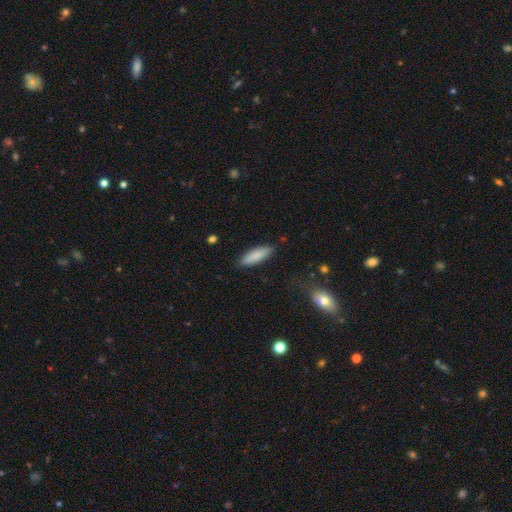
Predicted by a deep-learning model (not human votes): Morphology: type=smooth (85%); roundness=cigar-shaped (60%); merging=none (87%).